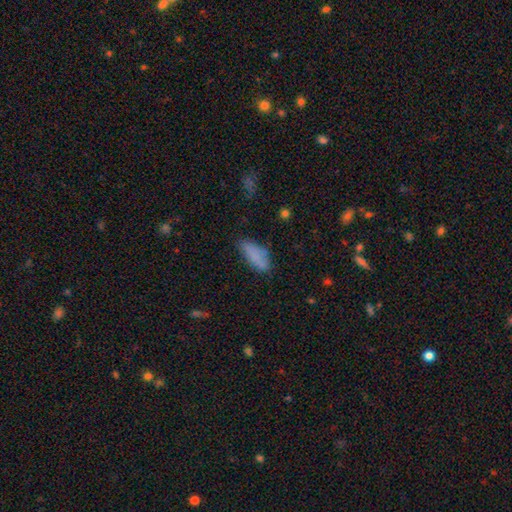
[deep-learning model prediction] Overall: smooth (81%). How rounded: in between (72%). Merging: none (66%).